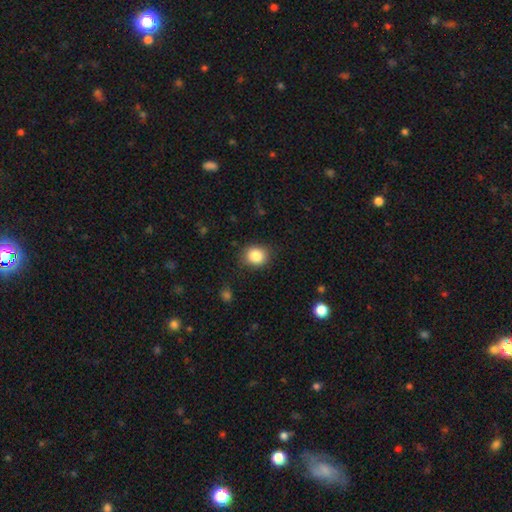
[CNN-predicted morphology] This appears to be a smooth galaxy with no disk features (85%) that is round (74%). Merging: none (85%).